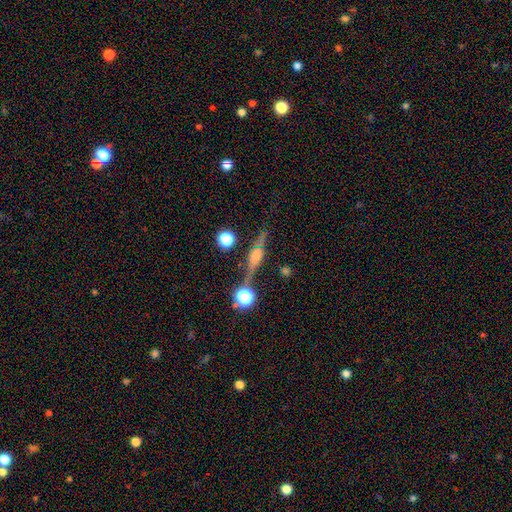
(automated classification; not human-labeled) A featured or disk galaxy (73%) viewed edge-on (96%) with a rounded central bulge (76%).

Vote fractions:
- Smooth or featured? featured or disk: 73% / smooth: 15% / star or artifact: 11%
- Edge-on disk? yes: 96% / no: 4%
- Edge-on bulge? rounded: 76% / boxy: 19% / none: 6%
- Merging? none: 80% / minor disturbance: 11% / merger: 5% / major disturbance: 4%